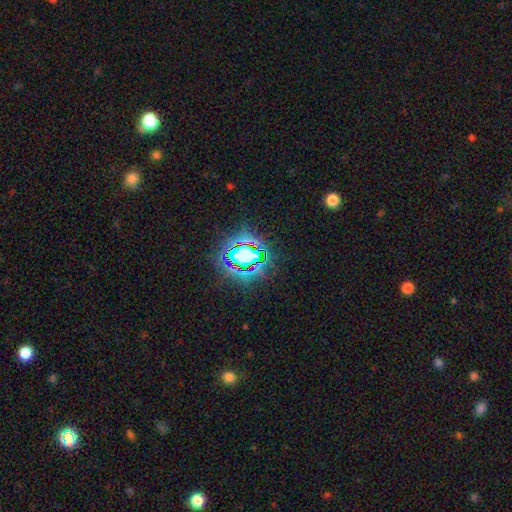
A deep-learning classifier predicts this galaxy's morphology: This is likely a star or artifact rather than a galaxy (79%).